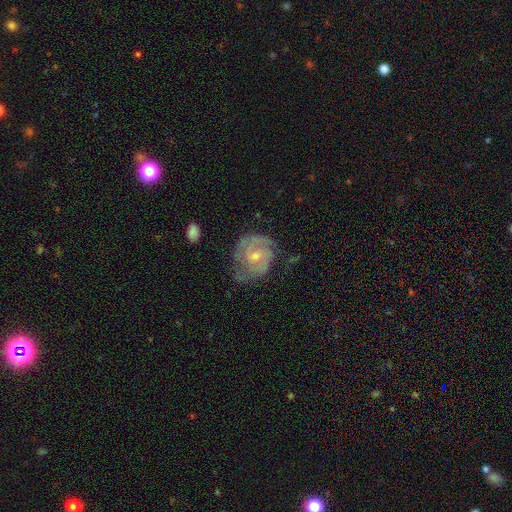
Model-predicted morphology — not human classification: A featured or disk galaxy (83%) with no bar (51%), 2 (59%) tight (54%) spiral arms (94%) and a small central bulge (57%).

Vote fractions:
- Smooth or featured? featured or disk: 83% / smooth: 12% / star or artifact: 5%
- Edge-on disk? no: 98% / yes: 2%
- Bar? no: 51% / weak: 42% / strong: 7%
- Spiral arms? yes: 94% / no: 6%
- Spiral winding? tight: 54% / medium: 38% / loose: 9%
- Spiral arm count? 2: 59% / can't tell: 17% / 3: 14% / 1: 5% / 4: 3% / more than 4: 3%
- Bulge size? small: 57% / moderate: 39% / none: 2% / large: 1% / dominant: 1%
- Merging? none: 60% / minor disturbance: 26% / major disturbance: 12% / merger: 2%